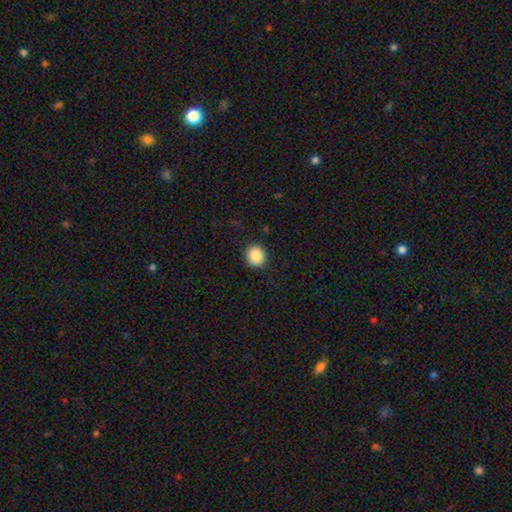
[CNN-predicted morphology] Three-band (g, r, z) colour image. It shows a smooth galaxy with no disk features (87%) that is round (81%). Merging: none (90%).